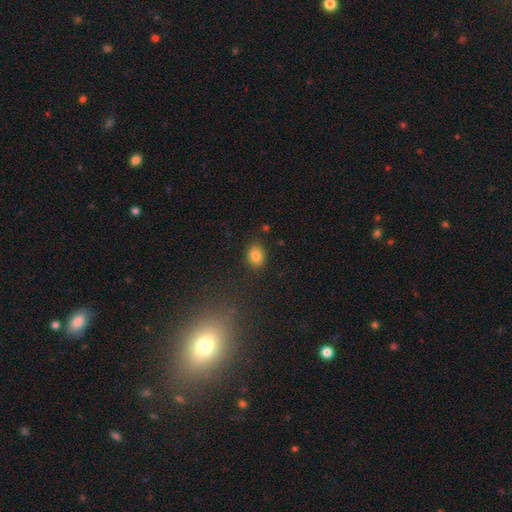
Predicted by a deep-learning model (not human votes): Smooth or featured? Predicted: smooth (p=0.83). How rounded? Predicted: in between (p=0.65). Merging? Predicted: none (p=0.84).